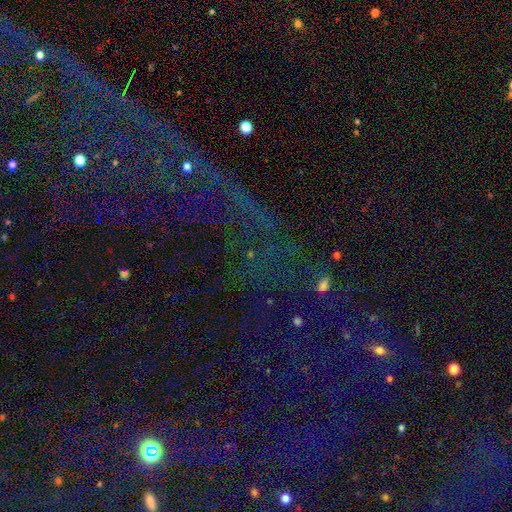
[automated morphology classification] Smooth or featured? star or artifact (80%)